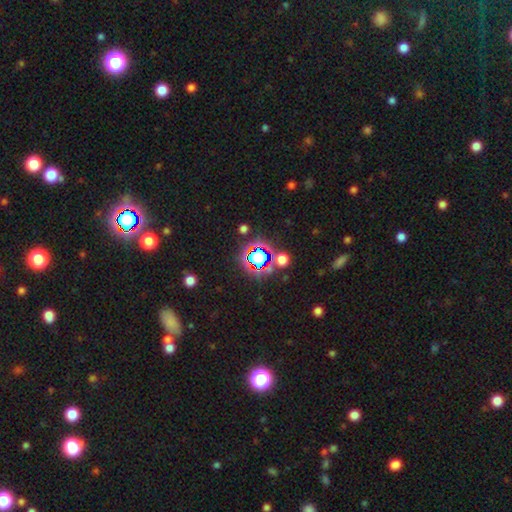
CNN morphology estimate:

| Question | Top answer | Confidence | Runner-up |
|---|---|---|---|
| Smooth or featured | star or artifact | 65% | smooth (24%) |